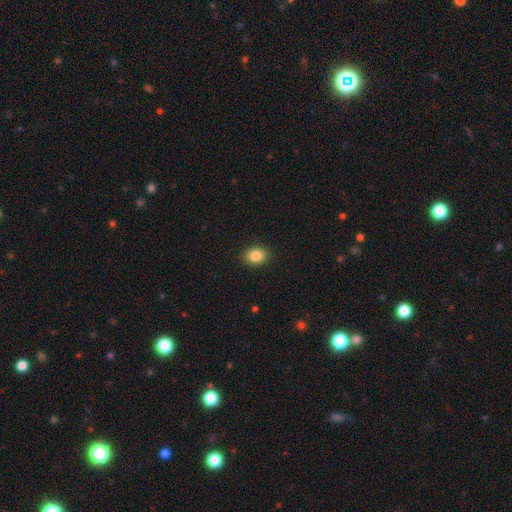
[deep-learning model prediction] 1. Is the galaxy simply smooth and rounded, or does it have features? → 86% smooth, 9% star or artifact, 5% featured or disk.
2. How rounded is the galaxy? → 58% in between, 41% round, 1% cigar-shaped.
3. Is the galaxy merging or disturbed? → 89% none, 8% minor disturbance, 2% major disturbance, 1% merger.